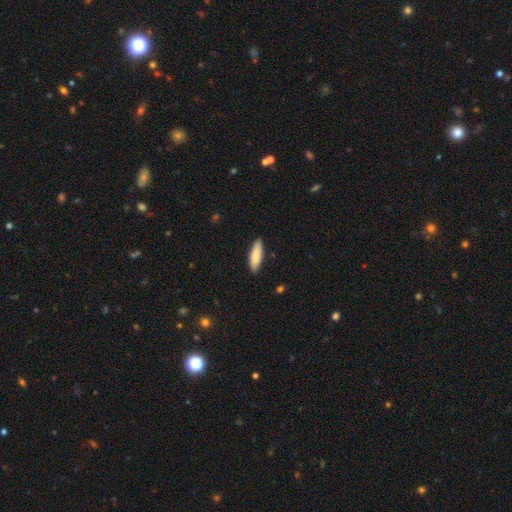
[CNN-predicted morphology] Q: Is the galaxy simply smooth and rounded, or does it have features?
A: smooth — 84%.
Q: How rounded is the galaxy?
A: cigar-shaped — 52%.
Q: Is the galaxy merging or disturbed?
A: none — 88%.